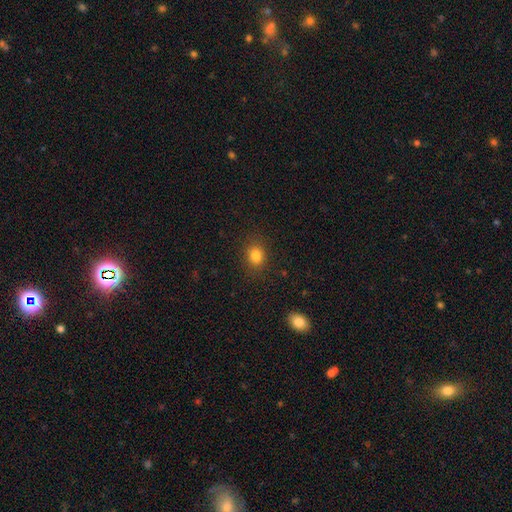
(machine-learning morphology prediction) A smooth galaxy with no disk features (83%) that is round (57%). Merging: none (86%).